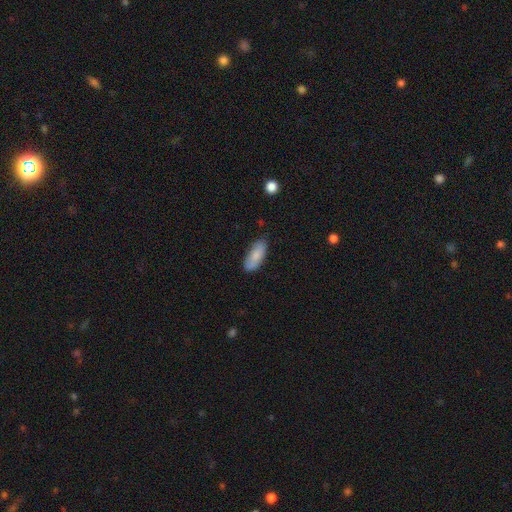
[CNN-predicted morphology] type=smooth (83%); roundness=in between (82%); merging=none (78%).